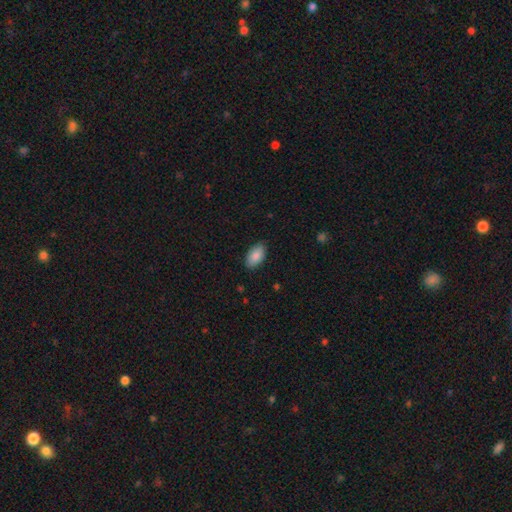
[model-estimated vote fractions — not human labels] Smooth or featured? Predicted: smooth (p=0.88). How rounded? Predicted: in between (p=0.94). Merging? Predicted: none (p=0.84).